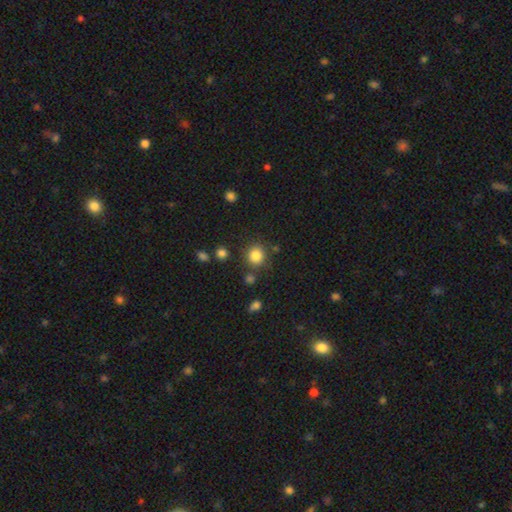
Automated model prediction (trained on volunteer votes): Overall: smooth (83%). How rounded: round (86%). Merging: none (81%).